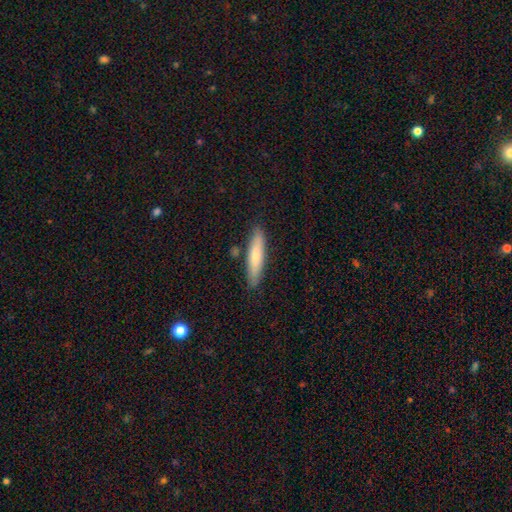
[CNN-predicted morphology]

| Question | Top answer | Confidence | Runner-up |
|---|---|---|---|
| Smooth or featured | smooth | 70% | featured or disk (24%) |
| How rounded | cigar-shaped | 84% | in between (14%) |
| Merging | none | 84% | minor disturbance (10%) |